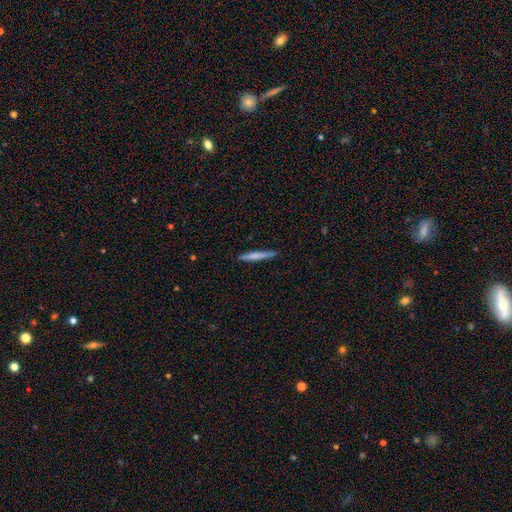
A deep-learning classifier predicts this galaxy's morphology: The model was most divided on "smooth or featured": smooth: 63%, featured or disk: 31%, star or artifact: 5%. More confident: how rounded — cigar-shaped (96%); merging — none (90%).